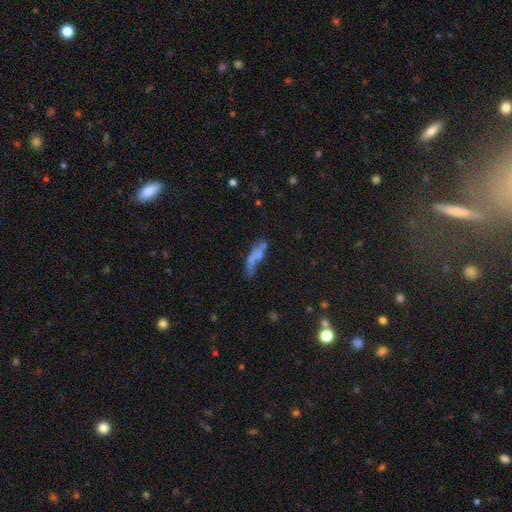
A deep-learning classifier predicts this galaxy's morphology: This is possibly a smooth galaxy (53%). How rounded: possibly cigar-shaped (56%). Merging: marginally none (32%).